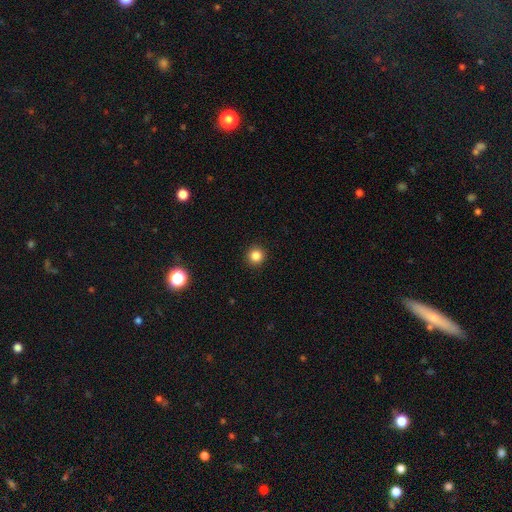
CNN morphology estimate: Q: Smooth or featured?
A: smooth (85%); runner-up: star or artifact (11%)
Q: How rounded?
A: round (95%); runner-up: in between (4%)
Q: Merging?
A: none (93%); runner-up: minor disturbance (5%)